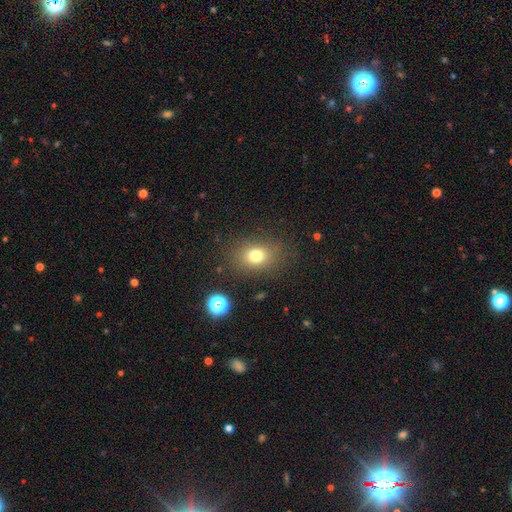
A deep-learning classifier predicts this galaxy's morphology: A smooth galaxy with no disk features (76%) that is in between round and cigar-shaped (63%).

Vote fractions:
- Smooth or featured? smooth: 76% / star or artifact: 14% / featured or disk: 10%
- How rounded? in between: 63% / round: 36% / cigar-shaped: 1%
- Merging? none: 82% / minor disturbance: 11% / major disturbance: 5% / merger: 2%